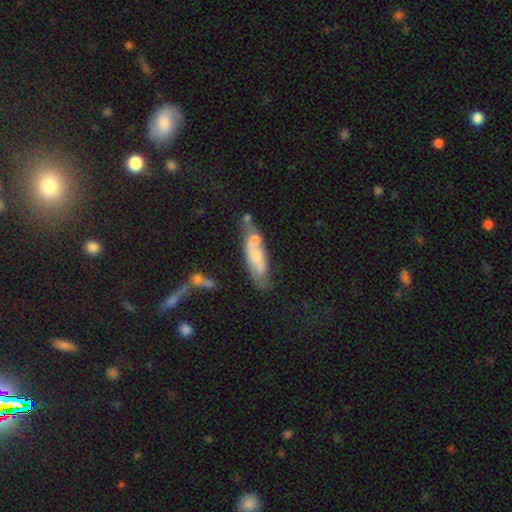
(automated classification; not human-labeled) The model was most divided on "smooth or featured" (2-way tie): smooth: 46%, featured or disk: 46%, star or artifact: 8%. Remaining: merging — none (36%).